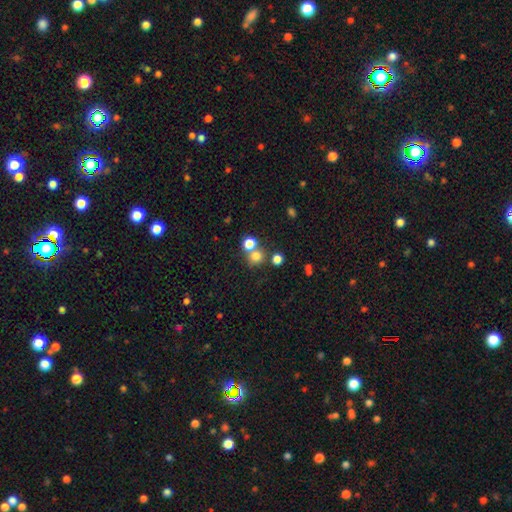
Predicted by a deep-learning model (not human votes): smooth 74%, star or artifact 17%, featured or disk 9%. Down the decision tree: how rounded — round (84%); merging — none (57%).